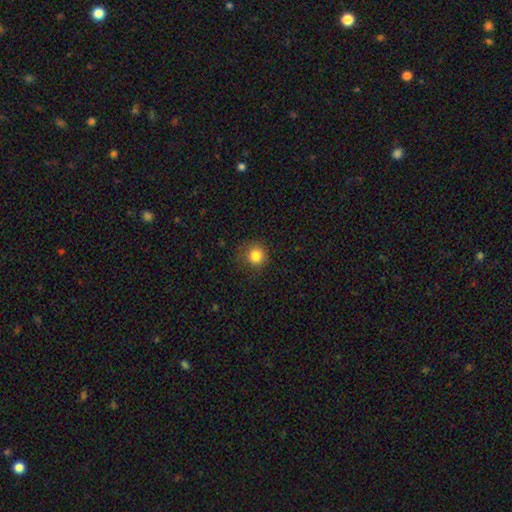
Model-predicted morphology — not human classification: Overall: smooth (83%). How rounded: round (92%). Merging: none (81%).